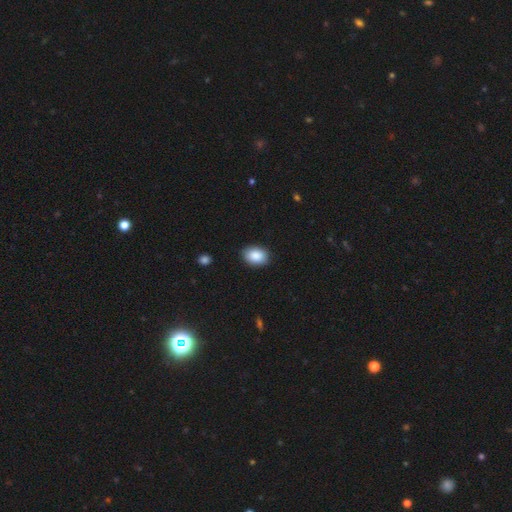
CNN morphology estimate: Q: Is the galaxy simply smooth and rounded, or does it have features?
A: smooth — 88%.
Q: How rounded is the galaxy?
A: in between — 79%.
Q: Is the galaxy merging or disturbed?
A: none — 88%.